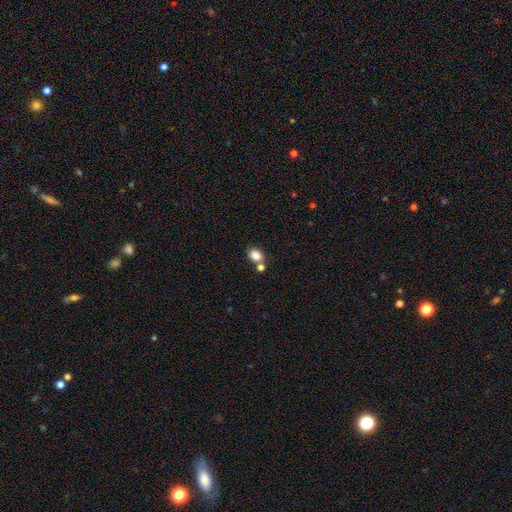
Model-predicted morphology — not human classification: smooth 84%, star or artifact 10%, featured or disk 6%. Down the decision tree: how rounded — in between (59%); merging — none (59%).